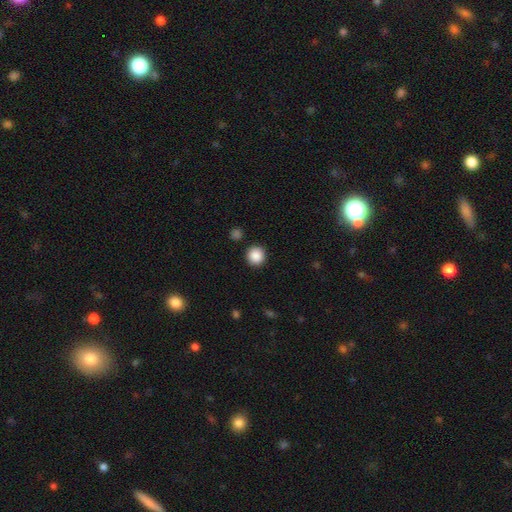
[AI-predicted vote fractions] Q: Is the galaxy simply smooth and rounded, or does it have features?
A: smooth — 88%.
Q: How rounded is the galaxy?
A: round — 93%.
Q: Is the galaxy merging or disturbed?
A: none — 91%.